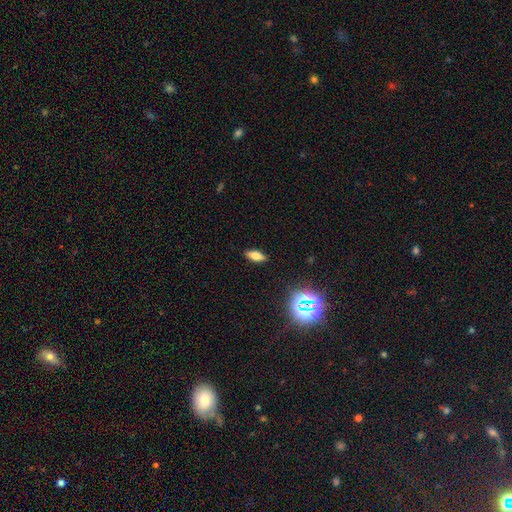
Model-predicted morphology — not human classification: Smooth or featured? Predicted: smooth (p=0.68). How rounded? Predicted: in between (p=0.71). Merging? Predicted: none (p=0.88).